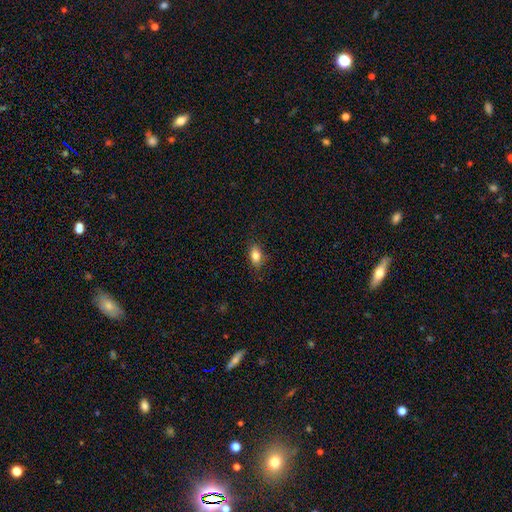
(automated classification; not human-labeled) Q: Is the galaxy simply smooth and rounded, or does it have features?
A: smooth — 84%.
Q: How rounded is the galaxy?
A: in between — 85%.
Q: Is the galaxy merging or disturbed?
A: none — 85%.